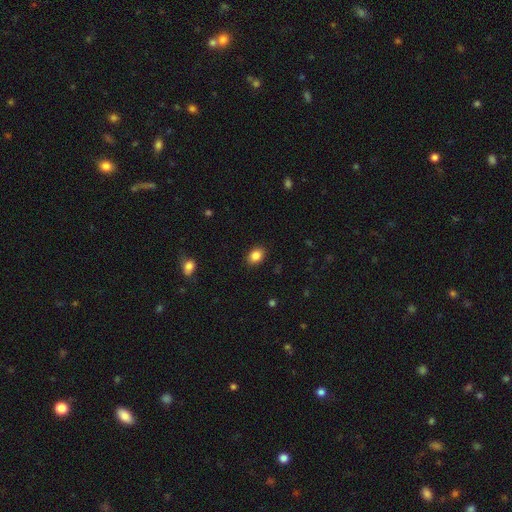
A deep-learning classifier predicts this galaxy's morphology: Smooth or featured? Predicted: smooth (p=0.86). How rounded? Predicted: in between (p=0.71). Merging? Predicted: none (p=0.88).